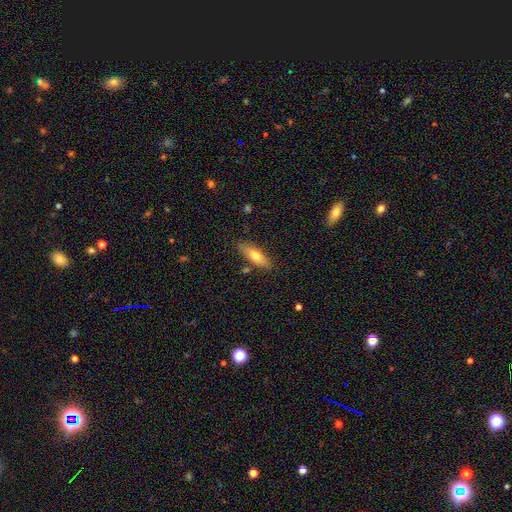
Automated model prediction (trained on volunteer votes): A smooth galaxy with no disk features (68%) that is in between round and cigar-shaped (60%). Merging: none (79%).